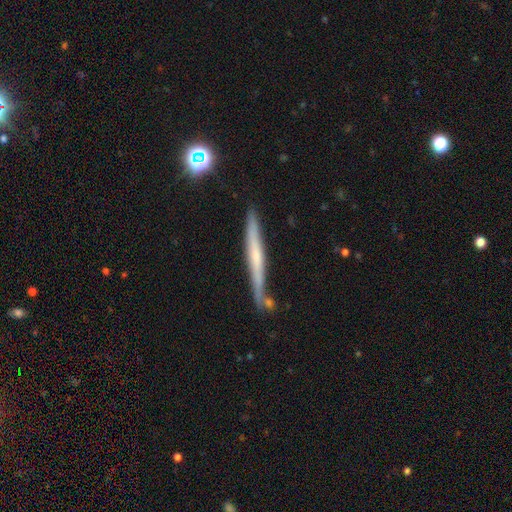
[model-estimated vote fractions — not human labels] The model was most divided on "smooth or featured": featured or disk: 58%, smooth: 35%, star or artifact: 7%. More confident: edge-on disk — yes (95%); merging — none (78%); edge-on bulge — none (57%).